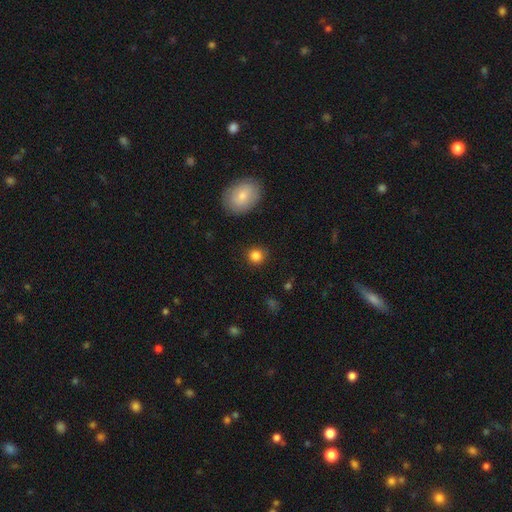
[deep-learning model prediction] smooth-or-featured: smooth: 85% | star or artifact: 10% | featured or disk: 5%
  how-rounded: round: 89% | in between: 10% | cigar-shaped: 1%
  merging: none: 88% | minor disturbance: 8% | major disturbance: 3% | merger: 2%